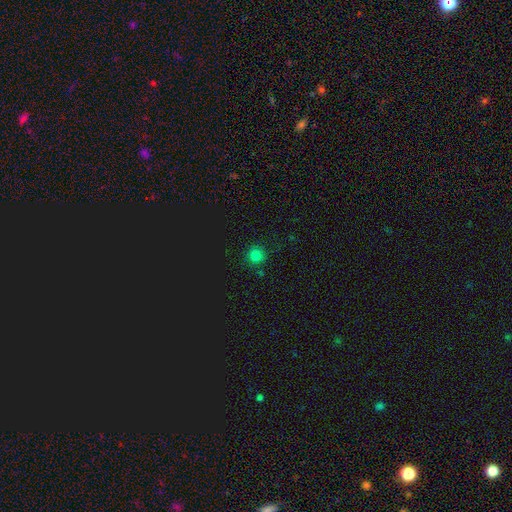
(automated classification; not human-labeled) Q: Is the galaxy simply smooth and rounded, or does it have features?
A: smooth — 76%.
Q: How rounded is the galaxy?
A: round — 93%.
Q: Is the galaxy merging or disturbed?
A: none — 85%.